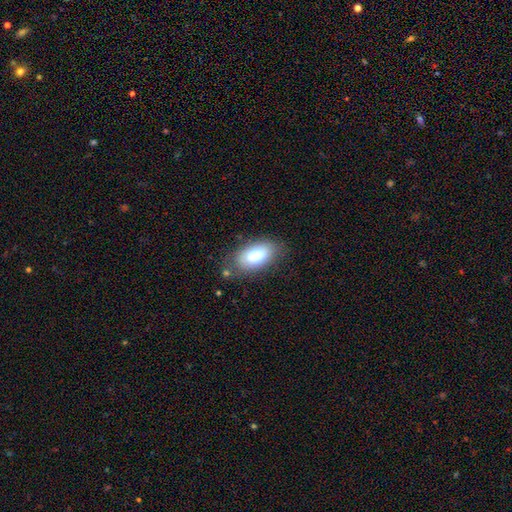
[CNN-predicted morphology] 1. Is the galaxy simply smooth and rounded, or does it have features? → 80% smooth, 13% featured or disk, 7% star or artifact.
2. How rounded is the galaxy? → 93% in between, 4% cigar-shaped, 3% round.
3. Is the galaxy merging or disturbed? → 74% none, 17% minor disturbance, 5% major disturbance, 3% merger.